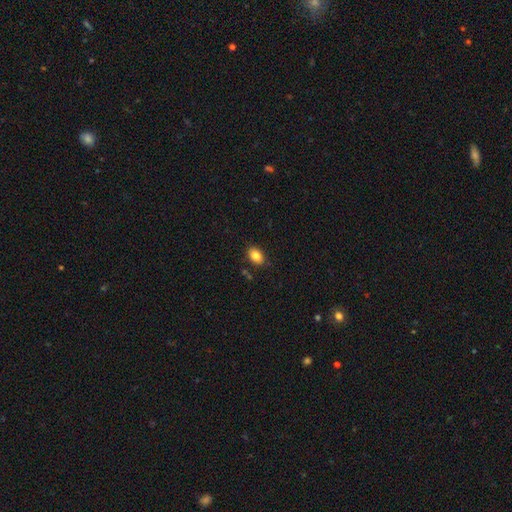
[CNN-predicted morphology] Q: Smooth or featured?
A: smooth (84%); runner-up: star or artifact (9%)
Q: How rounded?
A: in between (83%); runner-up: round (16%)
Q: Merging?
A: none (85%); runner-up: minor disturbance (11%)